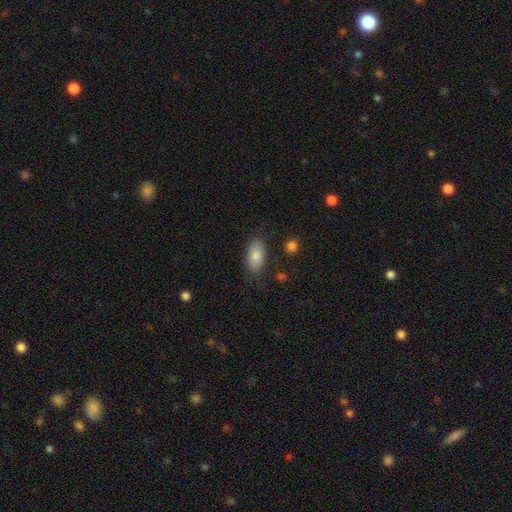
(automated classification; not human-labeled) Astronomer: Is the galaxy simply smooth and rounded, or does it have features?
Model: smooth — 85%.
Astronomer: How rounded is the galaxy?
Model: in between — 93%.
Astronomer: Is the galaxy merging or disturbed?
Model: none — 82%.